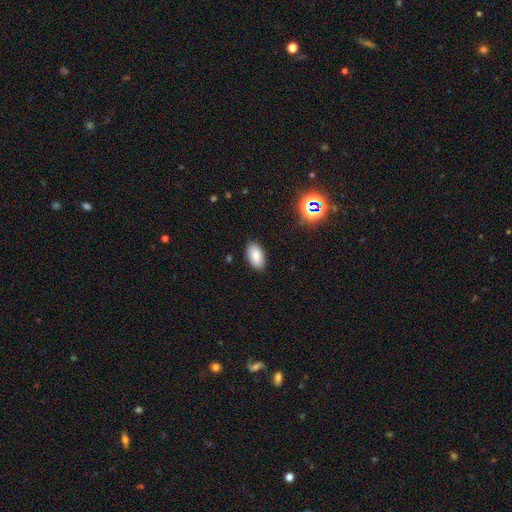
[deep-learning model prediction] smooth-or-featured: smooth: 86% | star or artifact: 9% | featured or disk: 6%
  how-rounded: in between: 95% | round: 3% | cigar-shaped: 2%
  merging: none: 88% | minor disturbance: 9% | major disturbance: 2% | merger: 1%